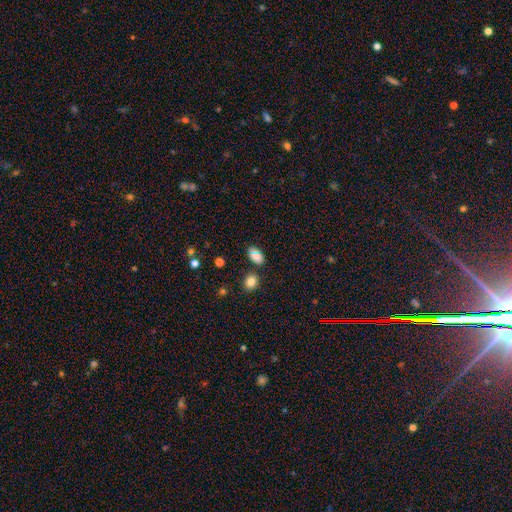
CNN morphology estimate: smooth-or-featured: smooth: 83% | star or artifact: 9% | featured or disk: 7%
  how-rounded: in between: 90% | round: 8% | cigar-shaped: 2%
  merging: none: 72% | minor disturbance: 17% | merger: 8% | major disturbance: 4%